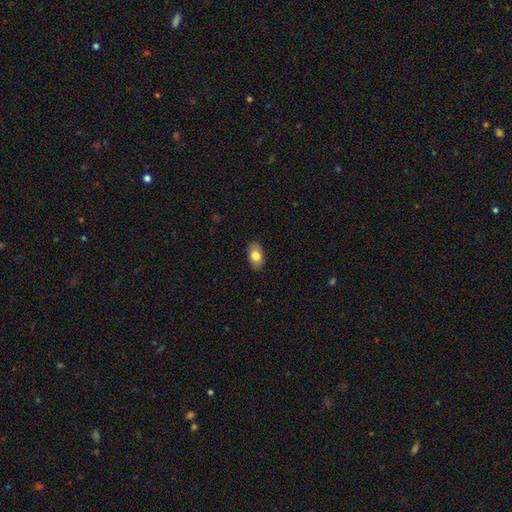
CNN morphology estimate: Smooth or featured: smooth — 80% (featured or disk — 13%)
How rounded: in between — 92% (round — 5%)
Merging: none — 88% (minor disturbance — 9%)